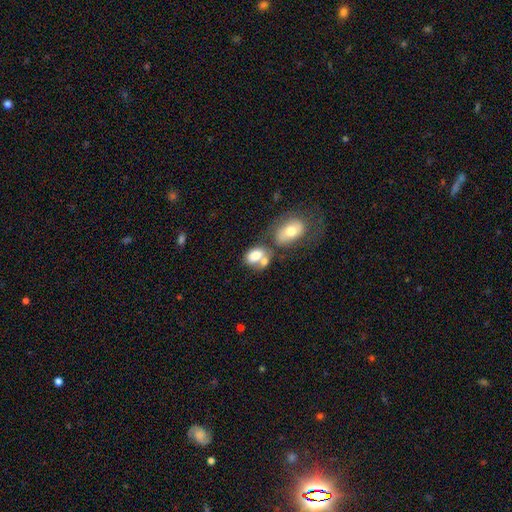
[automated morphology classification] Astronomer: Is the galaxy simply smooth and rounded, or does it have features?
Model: smooth — 77%.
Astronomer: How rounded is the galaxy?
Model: in between — 85%.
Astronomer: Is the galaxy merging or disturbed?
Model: merger — 50% (runner-up: none, 29%).